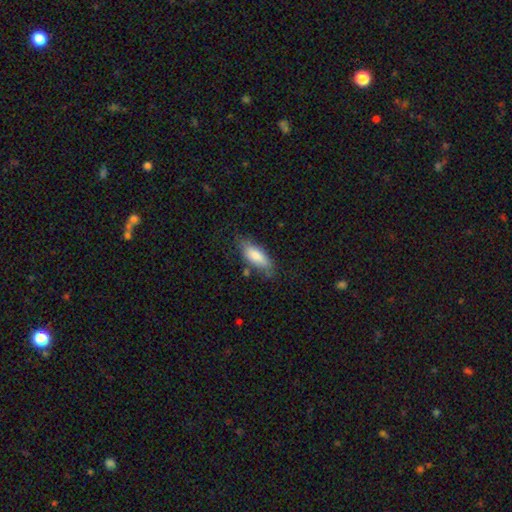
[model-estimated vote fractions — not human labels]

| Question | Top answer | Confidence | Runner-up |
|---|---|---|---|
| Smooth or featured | smooth | 80% | featured or disk (13%) |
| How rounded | in between | 68% | cigar-shaped (30%) |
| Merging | none | 67% | minor disturbance (23%) |